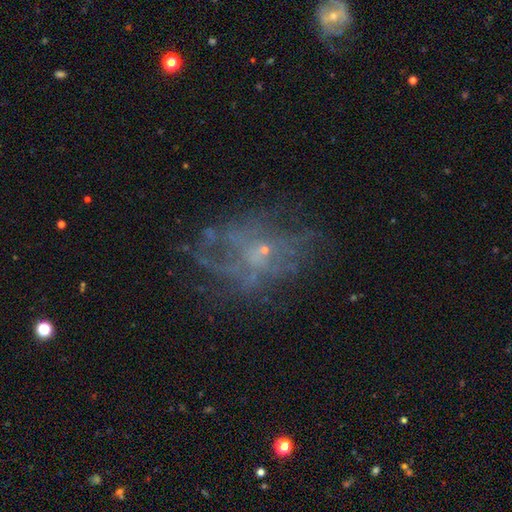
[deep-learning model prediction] smooth_or_featured: featured or disk (p=0.60) [alt: star or artifact p=0.21]
disk_edge_on: no (p=0.97) [alt: yes p=0.03]
bar: no (p=0.87) [alt: weak p=0.11]
has_spiral_arms: no (p=0.66) [alt: yes p=0.34]
bulge_size: small (p=0.66) [alt: none p=0.21]
merging: none (p=0.50) [alt: major disturbance p=0.28]